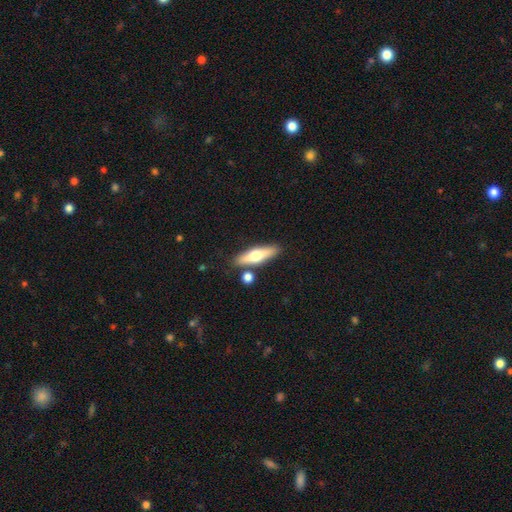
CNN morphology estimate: smooth-or-featured: smooth: 53% | featured or disk: 41% | star or artifact: 6%
  how-rounded: cigar-shaped: 60% | in between: 36% | round: 3%
  merging: none: 80% | minor disturbance: 10% | merger: 8% | major disturbance: 3%